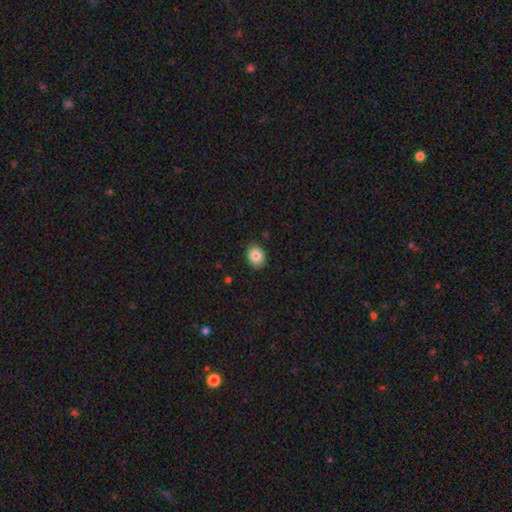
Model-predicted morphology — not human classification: Smooth or featured? Predicted: smooth (p=0.84). How rounded? Predicted: in between (p=0.59). Merging? Predicted: none (p=0.89).